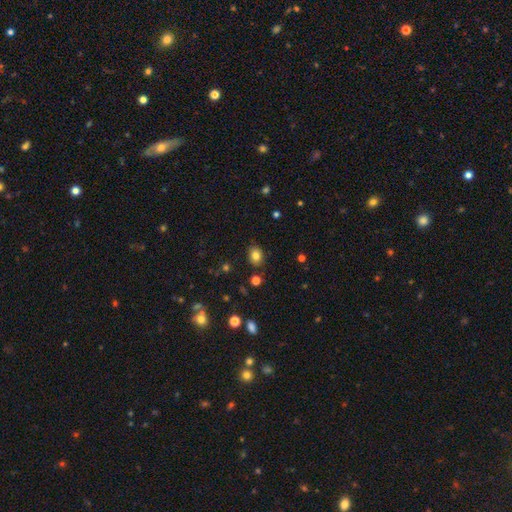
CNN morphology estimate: This is clearly a smooth galaxy (81%). How rounded: possibly in between (51%). Merging: clearly none (83%).